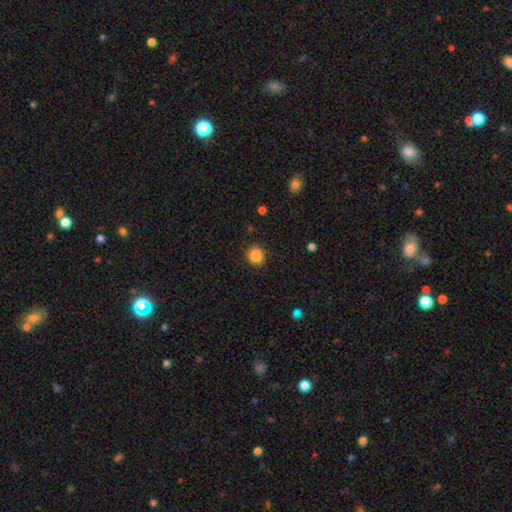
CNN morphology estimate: This appears to be a smooth galaxy with no disk features (86%) that is round (79%). Merging: none (85%).